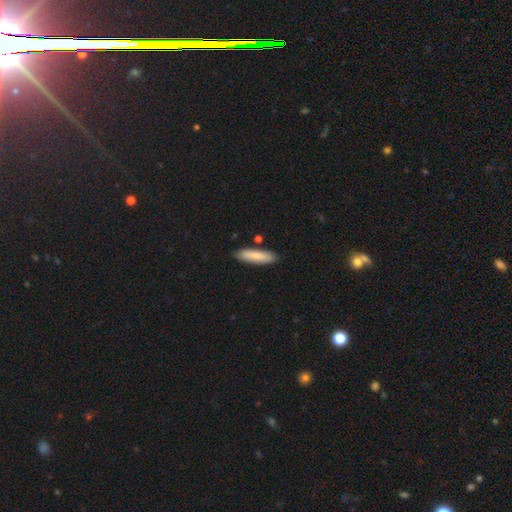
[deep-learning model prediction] The model was most divided on "how rounded": cigar-shaped: 70%, in between: 29%, round: 1%. More confident: merging — none (84%); smooth or featured — smooth (81%).